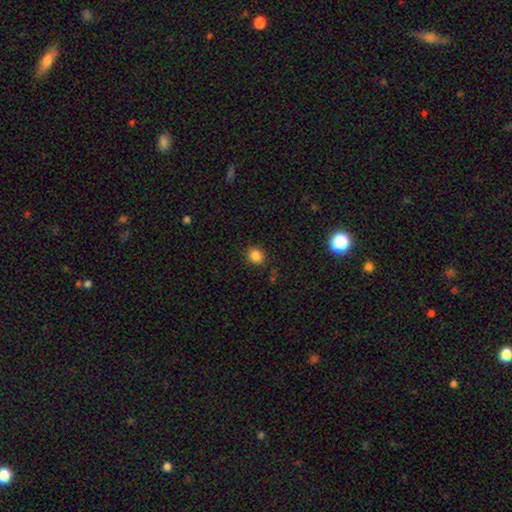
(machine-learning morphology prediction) type=smooth (85%); roundness=round (74%); merging=none (86%).